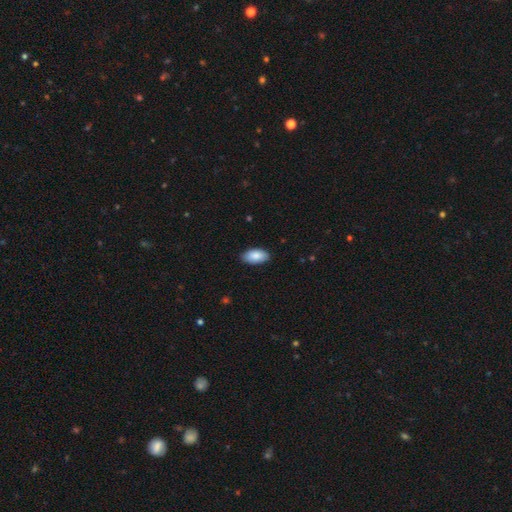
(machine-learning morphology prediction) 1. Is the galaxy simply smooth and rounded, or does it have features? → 88% smooth, 6% star or artifact, 6% featured or disk.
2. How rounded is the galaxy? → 95% in between, 3% cigar-shaped, 2% round.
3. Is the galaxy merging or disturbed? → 87% none, 10% minor disturbance, 2% major disturbance, 1% merger.